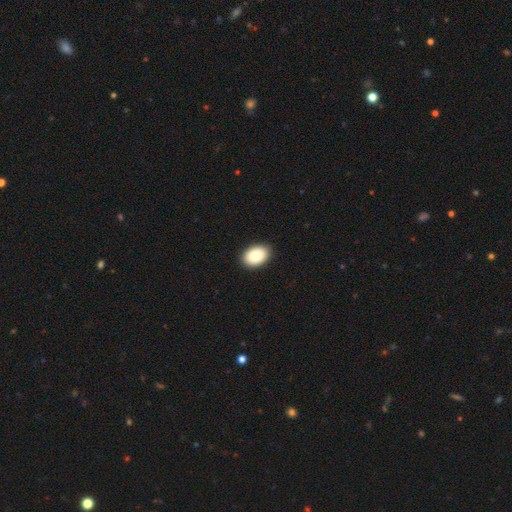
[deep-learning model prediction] A smooth galaxy with no disk features (82%) that is in between round and cigar-shaped (83%). Merging: none (90%).